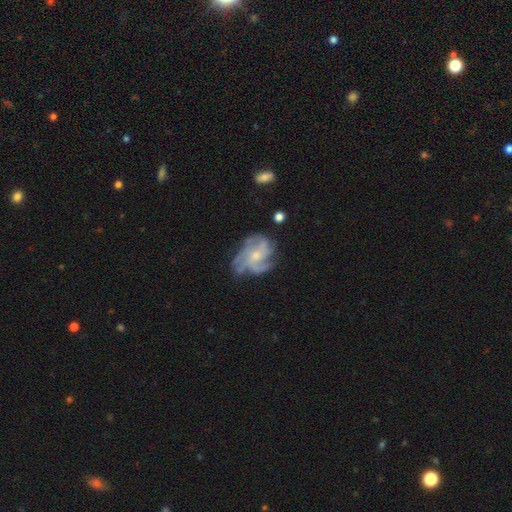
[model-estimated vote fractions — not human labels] Morphology: type=featured or disk (83%); edge-on=no (98%); bar=no (70%); spiral arms=yes (94%); winding=medium (46%); arm count=4 (35%); bulge=small (53%); merging=none (63%).